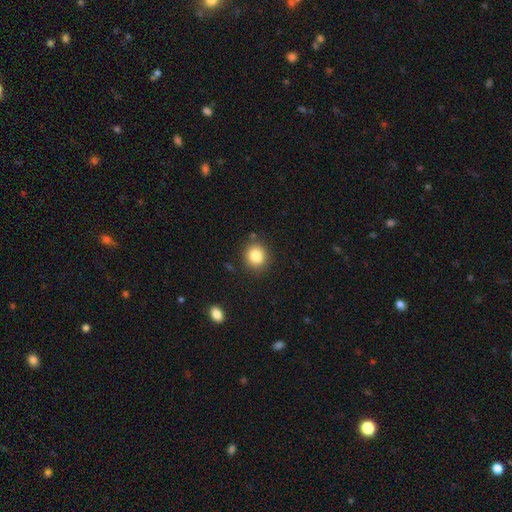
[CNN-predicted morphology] The model was most divided on "how rounded": round: 79%, in between: 20%, cigar-shaped: 1%. More confident: merging — none (84%); smooth or featured — smooth (84%).